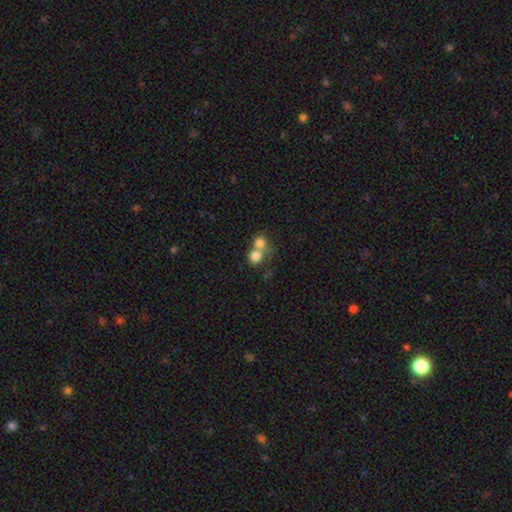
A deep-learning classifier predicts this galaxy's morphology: A smooth galaxy with no disk features (78%) that is round (82%). Merging: merger (59%).